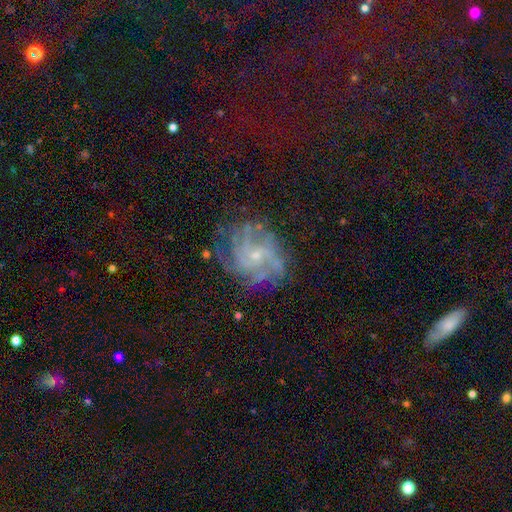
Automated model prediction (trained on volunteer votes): Smooth or featured? featured or disk (76%)
Edge-on disk? no (97%)
Bar? no (65%)
Spiral arms? yes (91%)
Spiral winding? tight (45%)
Spiral arm count? can't tell (35%)
Bulge size? small (75%)
Merging? none (71%)